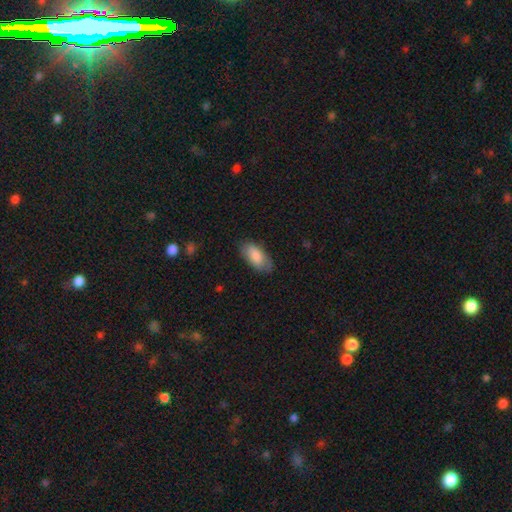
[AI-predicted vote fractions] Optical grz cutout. It shows a smooth galaxy with no disk features (82%) that is in between round and cigar-shaped (92%). Merging: none (78%).